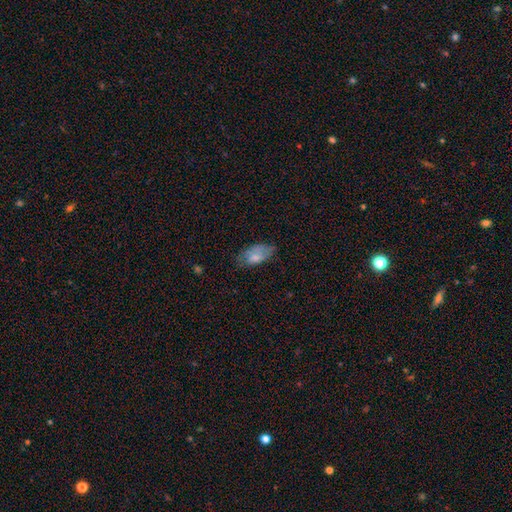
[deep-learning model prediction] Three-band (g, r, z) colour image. It shows a smooth galaxy with no disk features (74%) that is in between round and cigar-shaped (93%). Merging: none (56%).